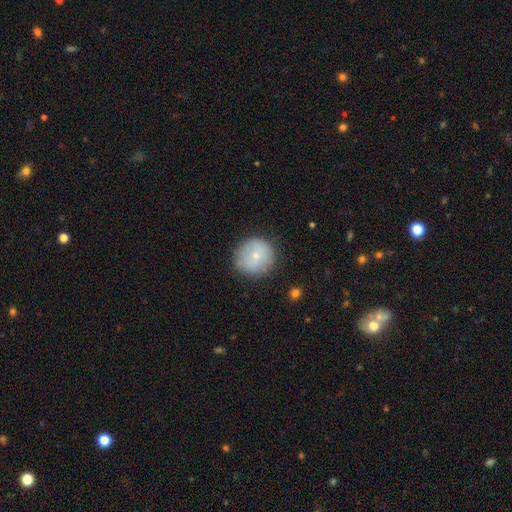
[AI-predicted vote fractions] Smooth or featured?
  - smooth: 75% *
  - featured or disk: 17%
  - star or artifact: 8%
How rounded?
  - round: 93% *
  - in between: 6%
  - cigar-shaped: 1%
Merging?
  - none: 82% *
  - minor disturbance: 13%
  - major disturbance: 4%
  - merger: 2%